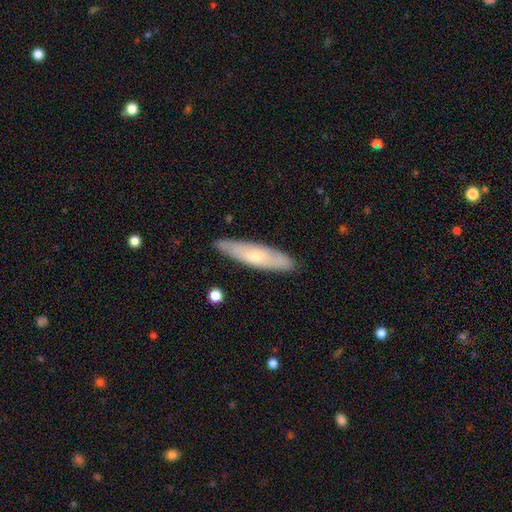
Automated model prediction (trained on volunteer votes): The model was most divided on "smooth or featured": smooth: 53%, featured or disk: 42%, star or artifact: 6%. More confident: merging — none (85%); how rounded — cigar-shaped (73%).